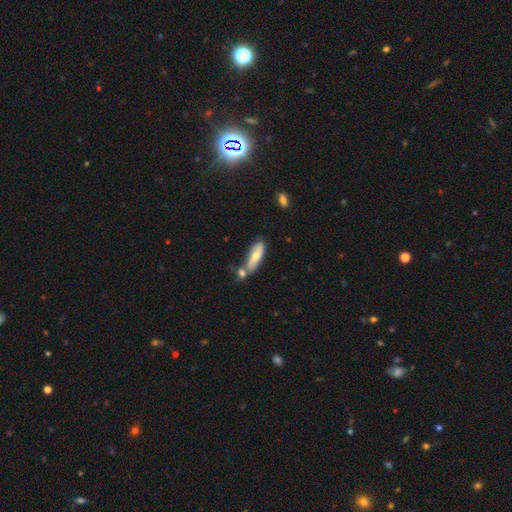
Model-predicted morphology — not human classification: The model was most divided on "how rounded": in between: 53%, cigar-shaped: 45%, round: 2%. Remaining: smooth or featured — smooth (58%); merging — none (50%).